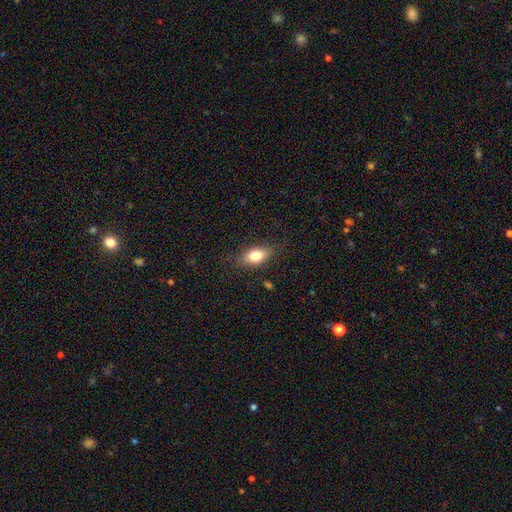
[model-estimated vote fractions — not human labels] smooth-or-featured: smooth: 75% | featured or disk: 16% | star or artifact: 9%
  how-rounded: in between: 81% | round: 11% | cigar-shaped: 8%
  merging: none: 83% | minor disturbance: 13% | major disturbance: 3% | merger: 1%